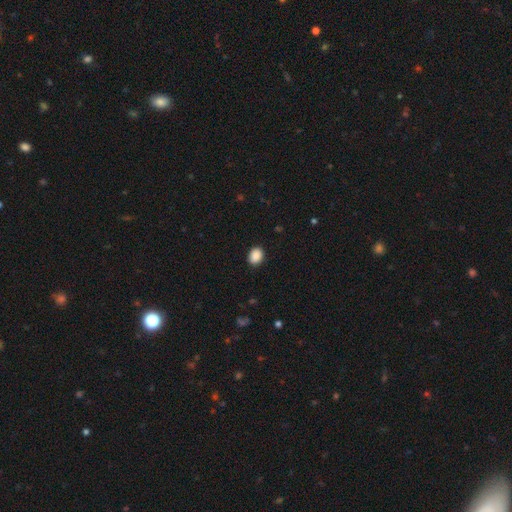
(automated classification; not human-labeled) This appears to be a smooth galaxy with no disk features (90%) that is in between round and cigar-shaped (65%). Merging: none (90%).